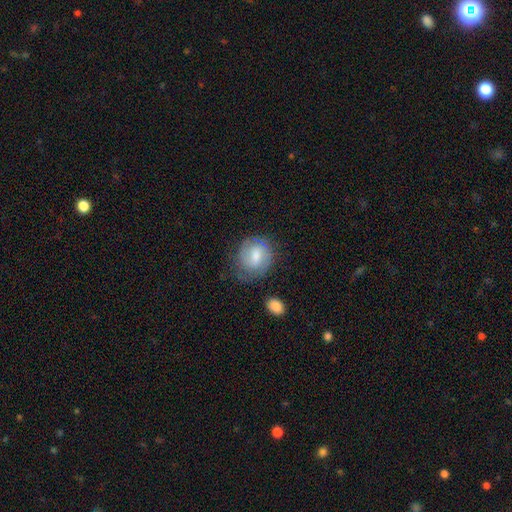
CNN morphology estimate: smooth_or_featured: smooth (p=0.51) [alt: featured or disk p=0.42]
how_rounded: round (p=0.61) [alt: in between p=0.38]
merging: none (p=0.63) [alt: minor disturbance p=0.24]